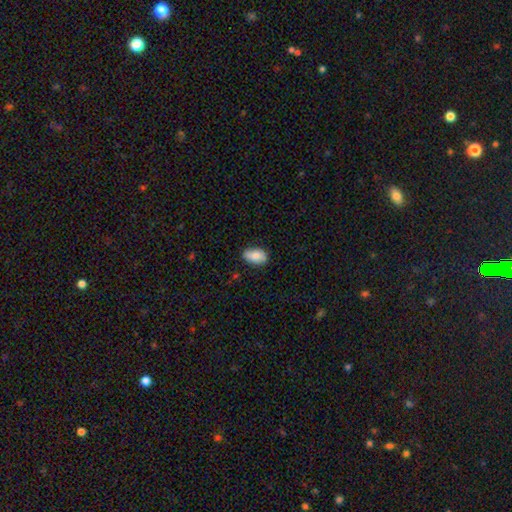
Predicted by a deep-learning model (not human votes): Smooth or featured: smooth — 78% (featured or disk — 15%)
How rounded: in between — 91% (round — 7%)
Merging: none — 80% (minor disturbance — 16%)